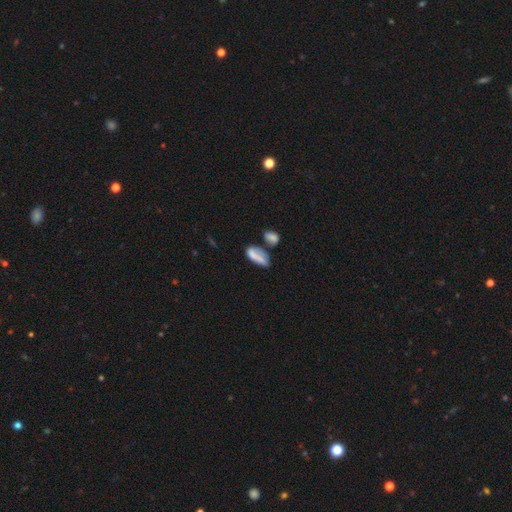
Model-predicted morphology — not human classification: A smooth galaxy with no disk features (69%) that is in between round and cigar-shaped (72%).

Vote fractions:
- Smooth or featured? smooth: 69% / featured or disk: 22% / star or artifact: 9%
- How rounded? in between: 72% / cigar-shaped: 23% / round: 4%
- Merging? none: 34% / merger: 32% / minor disturbance: 21% / major disturbance: 13%